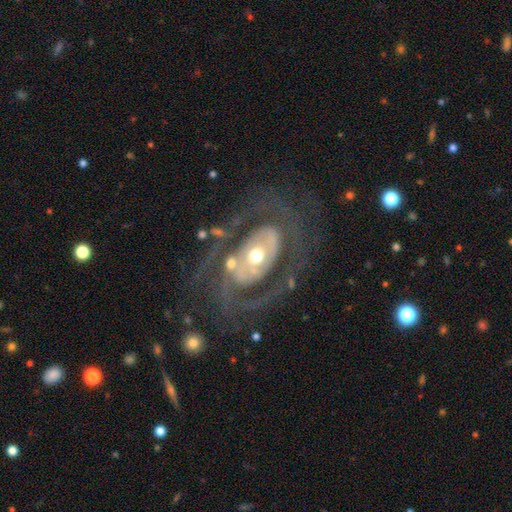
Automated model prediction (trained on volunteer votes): Smooth or featured?
  - featured or disk: 84% *
  - smooth: 11%
  - star or artifact: 5%
Edge-on disk?
  - no: 95% *
  - yes: 5%
Bar?
  - no: 70% *
  - weak: 19%
  - strong: 11%
Spiral arms?
  - yes: 80% *
  - no: 20%
Spiral winding?
  - tight: 50% *
  - medium: 34%
  - loose: 16%
Spiral arm count?
  - 2: 47% *
  - can't tell: 22%
  - 3: 12%
  - 1: 10%
  - 4: 4%
  - more than 4: 4%
Bulge size?
  - moderate: 66% *
  - small: 23%
  - large: 8%
  - dominant: 2%
  - none: 1%
Merging?
  - none: 59% *
  - major disturbance: 20%
  - minor disturbance: 16%
  - merger: 4%